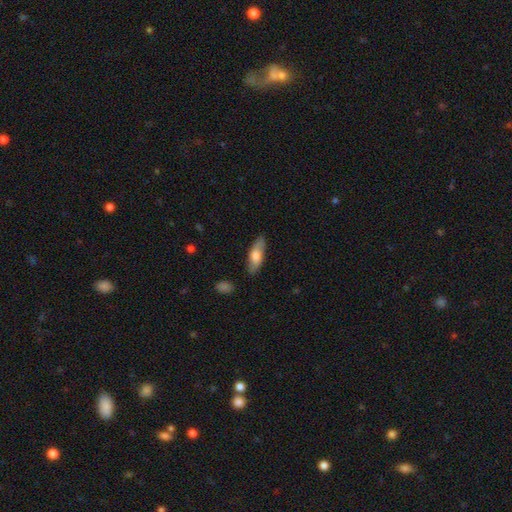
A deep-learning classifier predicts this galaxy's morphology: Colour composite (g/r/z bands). It shows a smooth galaxy with no disk features (68%) that is in between round and cigar-shaped (62%). Merging: none (83%).